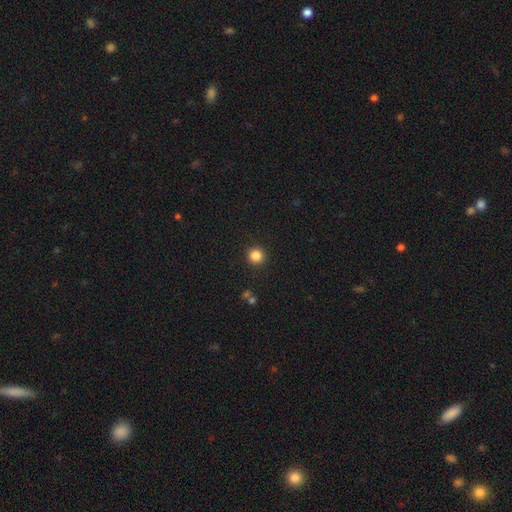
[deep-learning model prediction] smooth-or-featured: smooth: 84% | star or artifact: 12% | featured or disk: 4%
  how-rounded: round: 95% | in between: 4% | cigar-shaped: 1%
  merging: none: 92% | minor disturbance: 5% | major disturbance: 2% | merger: 1%